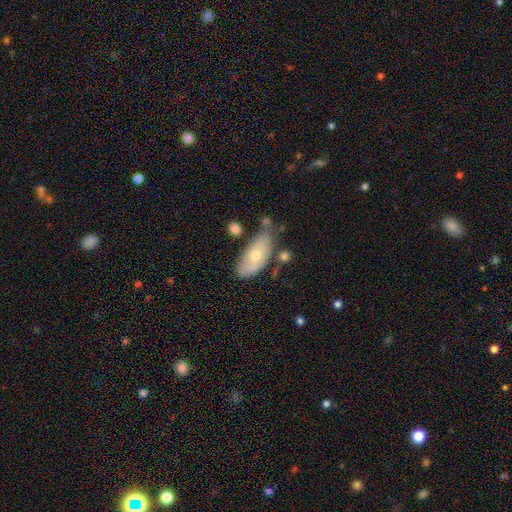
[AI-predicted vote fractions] Smooth or featured: smooth — 57% (featured or disk — 37%)
How rounded: in between — 86% (cigar-shaped — 11%)
Merging: none — 56% (minor disturbance — 27%)